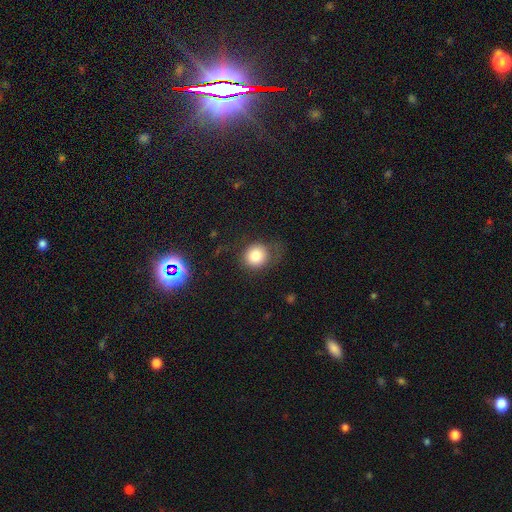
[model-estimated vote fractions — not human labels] This appears to be a smooth galaxy with no disk features (81%) that is round (80%). Merging: none (63%).